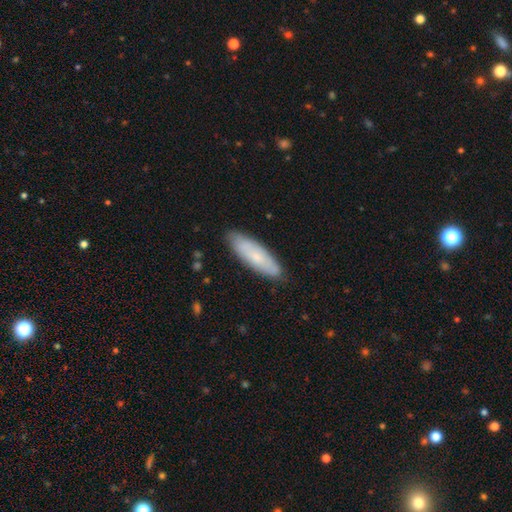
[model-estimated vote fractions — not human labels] A smooth galaxy with no disk features (67%) that is in between round and cigar-shaped (50%). Merging: none (85%).